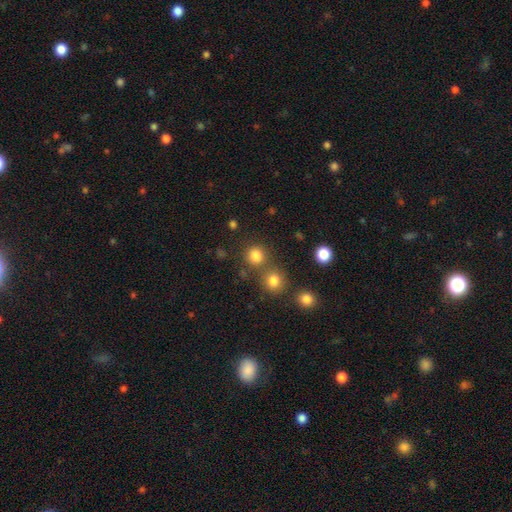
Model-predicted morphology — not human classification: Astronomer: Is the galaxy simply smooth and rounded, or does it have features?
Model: smooth — 81%.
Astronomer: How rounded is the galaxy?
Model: round — 88%.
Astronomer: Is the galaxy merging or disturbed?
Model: none — 69%.